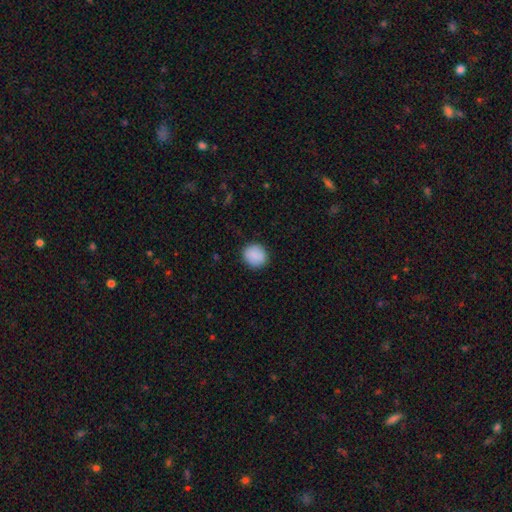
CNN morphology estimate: Smooth or featured? smooth (90%)
How rounded? round (83%)
Merging? none (90%)